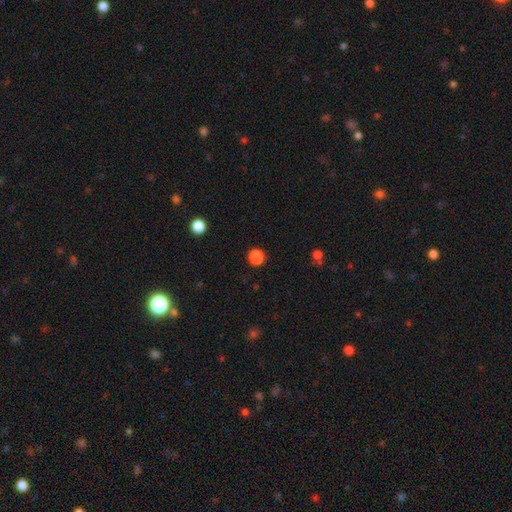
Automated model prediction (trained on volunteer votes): Smooth or featured? Predicted: smooth (p=0.84). How rounded? Predicted: round (p=0.65). Merging? Predicted: none (p=0.86).